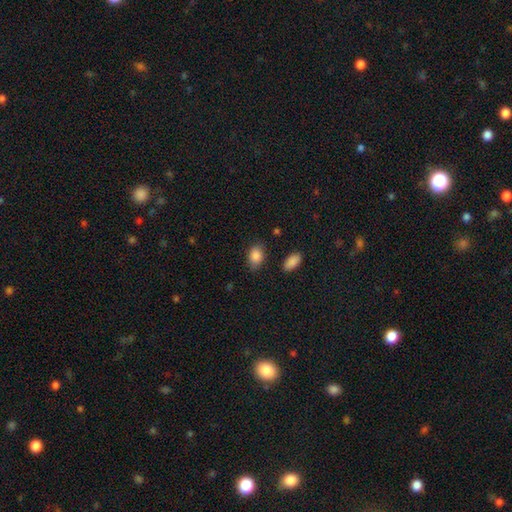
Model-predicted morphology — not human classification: smooth 87%, star or artifact 8%, featured or disk 5%. Down the decision tree: how rounded — in between (85%); merging — none (79%).